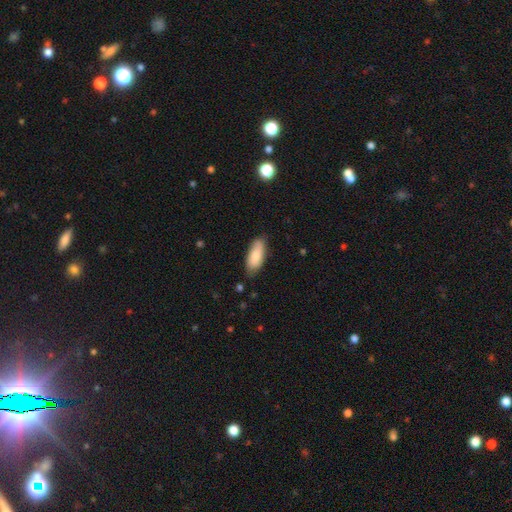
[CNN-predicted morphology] This appears to be a smooth galaxy with no disk features (81%) that is in between round and cigar-shaped (82%). Merging: none (76%).